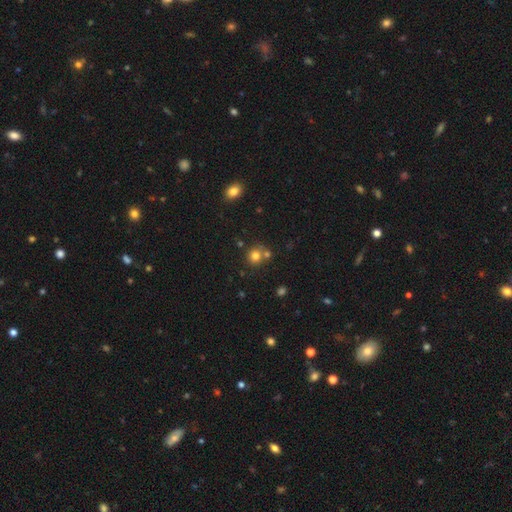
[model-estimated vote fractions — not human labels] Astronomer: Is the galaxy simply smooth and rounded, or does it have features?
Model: smooth — 77%.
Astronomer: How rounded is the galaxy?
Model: round — 87%.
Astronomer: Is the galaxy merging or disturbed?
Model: none — 62%.